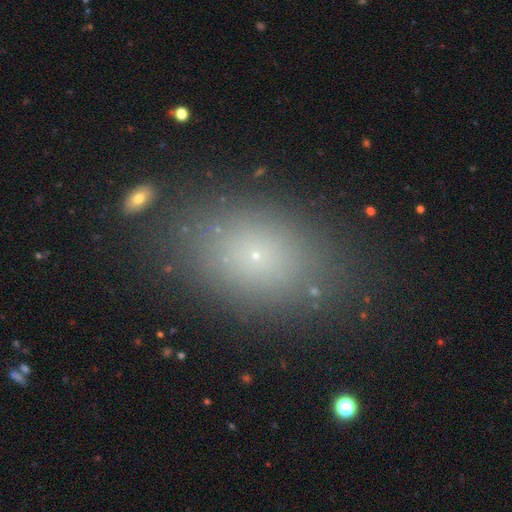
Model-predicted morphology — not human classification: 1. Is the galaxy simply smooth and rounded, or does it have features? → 68% smooth, 19% star or artifact, 13% featured or disk.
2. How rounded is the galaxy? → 80% in between, 18% round, 2% cigar-shaped.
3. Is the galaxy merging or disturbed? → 84% none, 10% minor disturbance, 4% major disturbance, 2% merger.